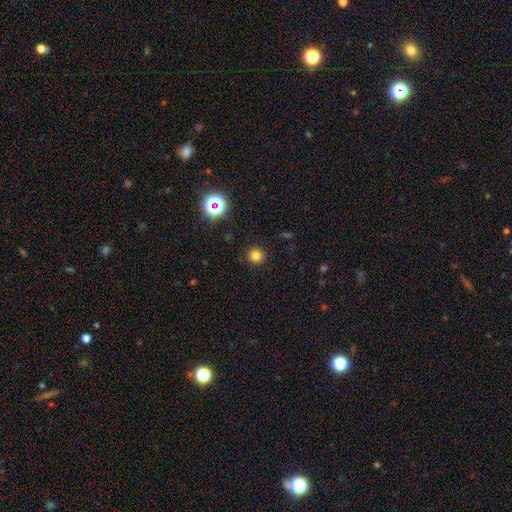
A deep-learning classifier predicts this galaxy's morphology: smooth 78%, star or artifact 16%, featured or disk 5%. Down the decision tree: how rounded — round (93%); merging — none (91%).